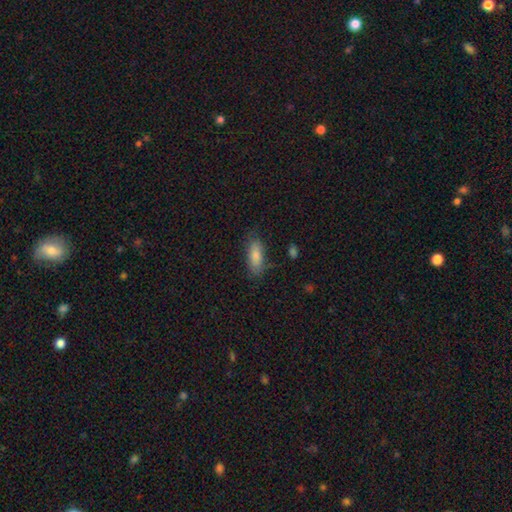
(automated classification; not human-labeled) Q: Smooth or featured?
A: smooth (81%); runner-up: featured or disk (12%)
Q: How rounded?
A: in between (78%); runner-up: cigar-shaped (20%)
Q: Merging?
A: none (69%); runner-up: minor disturbance (22%)